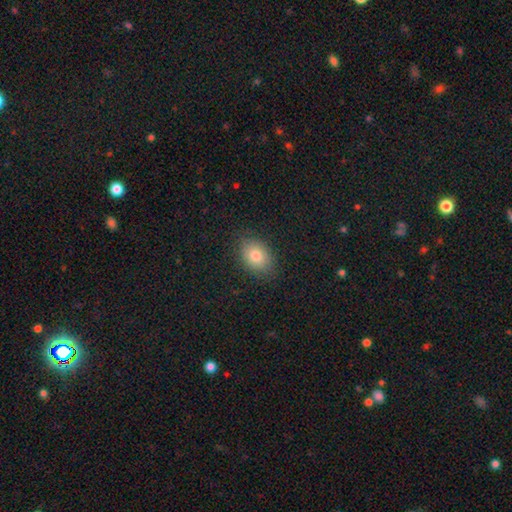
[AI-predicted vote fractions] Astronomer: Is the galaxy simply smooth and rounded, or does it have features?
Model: smooth — 80%.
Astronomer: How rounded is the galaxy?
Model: in between — 73%.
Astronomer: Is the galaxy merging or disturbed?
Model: none — 84%.